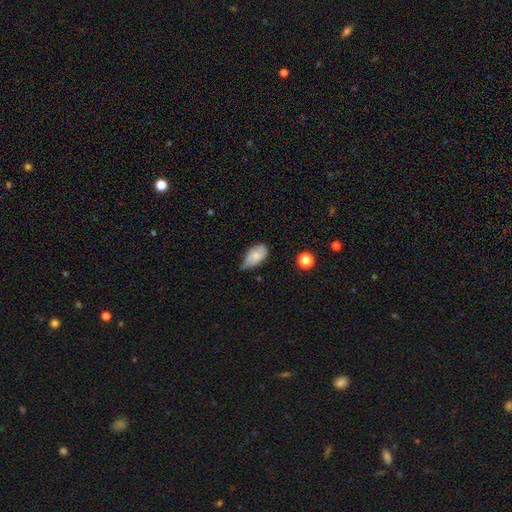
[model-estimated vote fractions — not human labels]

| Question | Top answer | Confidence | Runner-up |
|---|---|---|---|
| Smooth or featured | smooth | 76% | featured or disk (17%) |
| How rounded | in between | 93% | round (5%) |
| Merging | minor disturbance | 52% | none (33%) |